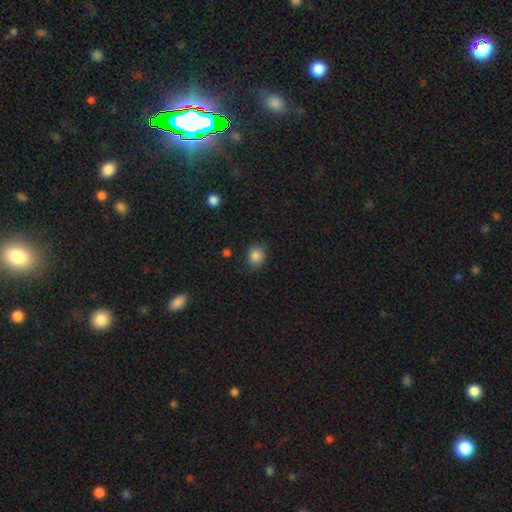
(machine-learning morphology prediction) A smooth galaxy with no disk features (86%) that is round (71%).

Vote fractions:
- Smooth or featured? smooth: 86% / star or artifact: 10% / featured or disk: 4%
- How rounded? round: 71% / in between: 28% / cigar-shaped: 1%
- Merging? none: 83% / minor disturbance: 12% / major disturbance: 3% / merger: 2%